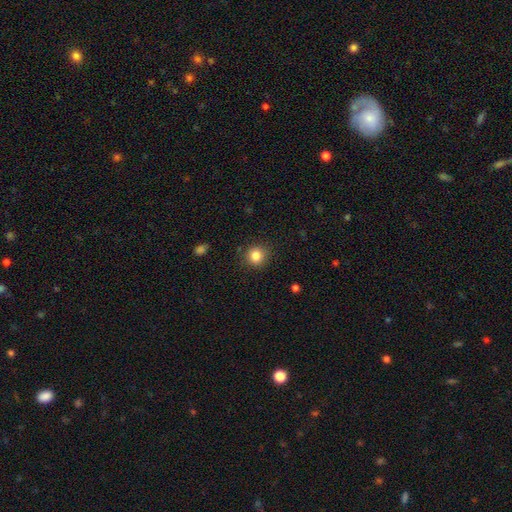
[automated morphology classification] smooth_or_featured: smooth (p=0.84) [alt: star or artifact p=0.11]
how_rounded: round (p=0.89) [alt: in between p=0.10]
merging: none (p=0.87) [alt: minor disturbance p=0.09]